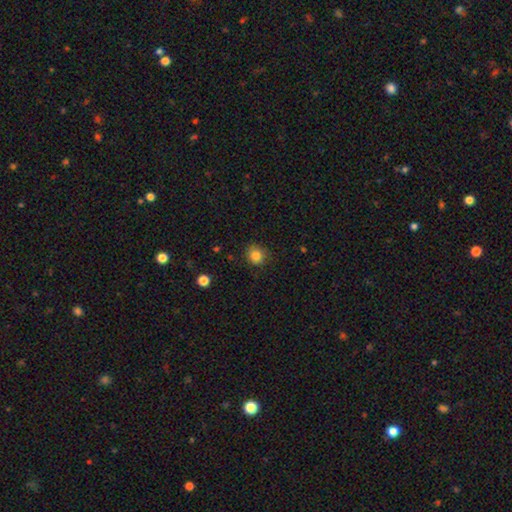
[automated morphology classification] type=smooth (84%); roundness=round (83%); merging=none (82%).